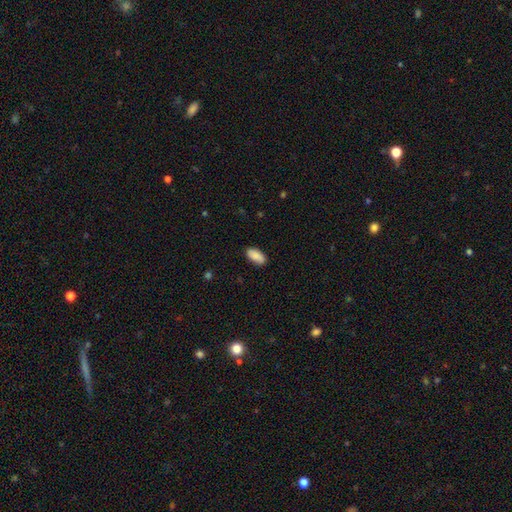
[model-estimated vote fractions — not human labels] Q: Smooth or featured?
A: smooth (87%); runner-up: star or artifact (6%)
Q: How rounded?
A: in between (91%); runner-up: cigar-shaped (6%)
Q: Merging?
A: none (85%); runner-up: minor disturbance (11%)